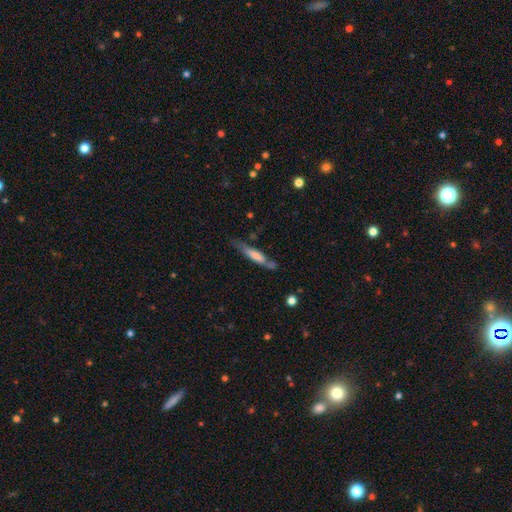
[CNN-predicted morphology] Q: Smooth or featured?
A: smooth (59%); runner-up: featured or disk (35%)
Q: How rounded?
A: cigar-shaped (85%); runner-up: in between (13%)
Q: Merging?
A: none (53%); runner-up: minor disturbance (26%)